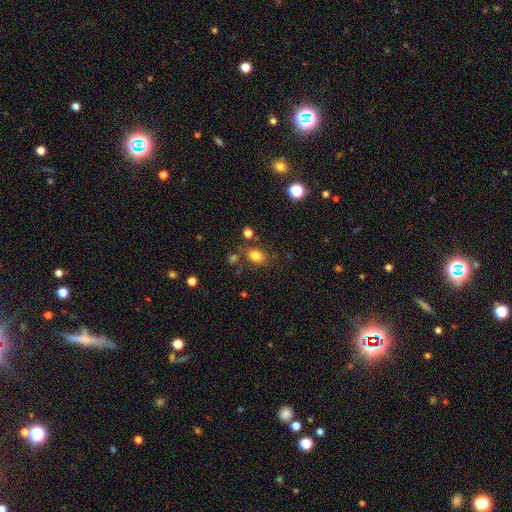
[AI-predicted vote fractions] Q: Smooth or featured?
A: smooth (79%); runner-up: star or artifact (12%)
Q: How rounded?
A: in between (74%); runner-up: round (25%)
Q: Merging?
A: none (71%); runner-up: minor disturbance (15%)